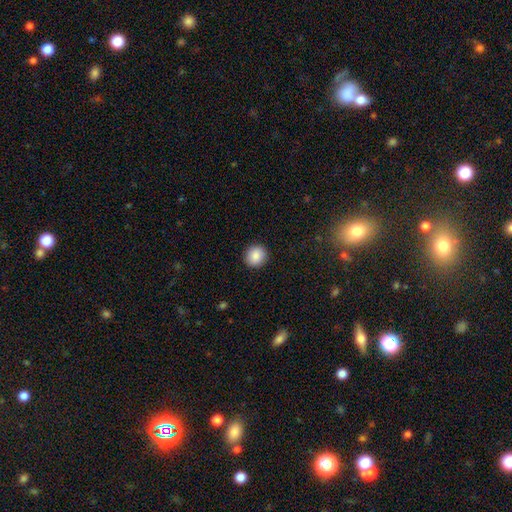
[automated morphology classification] Q: Smooth or featured?
A: smooth (88%); runner-up: star or artifact (8%)
Q: How rounded?
A: round (87%); runner-up: in between (13%)
Q: Merging?
A: none (91%); runner-up: minor disturbance (6%)